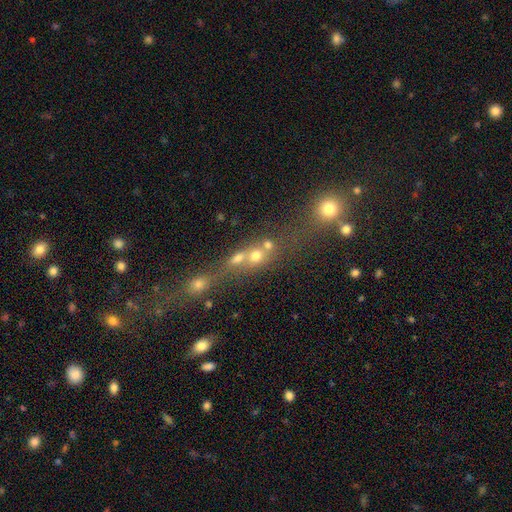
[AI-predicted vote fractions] smooth 39%, star or artifact 37%, featured or disk 24%. Down the decision tree: merging — merger (46%).